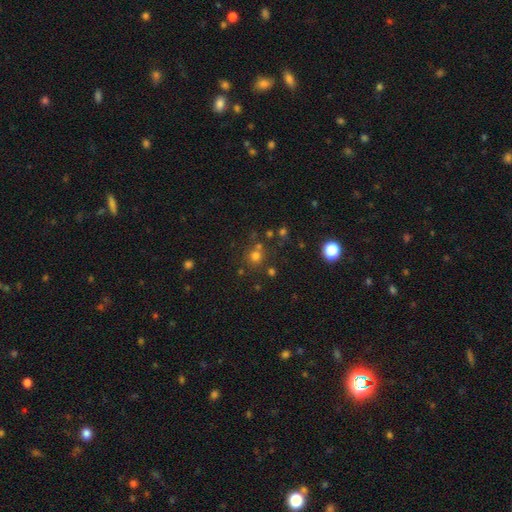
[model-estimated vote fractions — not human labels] Smooth or featured? Predicted: smooth (p=0.67). How rounded? Predicted: round (p=0.90). Merging? Predicted: none (p=0.70).